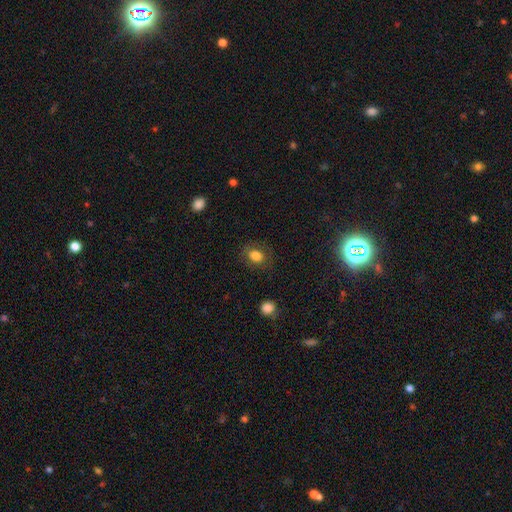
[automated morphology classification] smooth_or_featured: smooth (p=0.78) [alt: featured or disk p=0.12]
how_rounded: in between (p=0.64) [alt: round p=0.35]
merging: none (p=0.79) [alt: minor disturbance p=0.14]